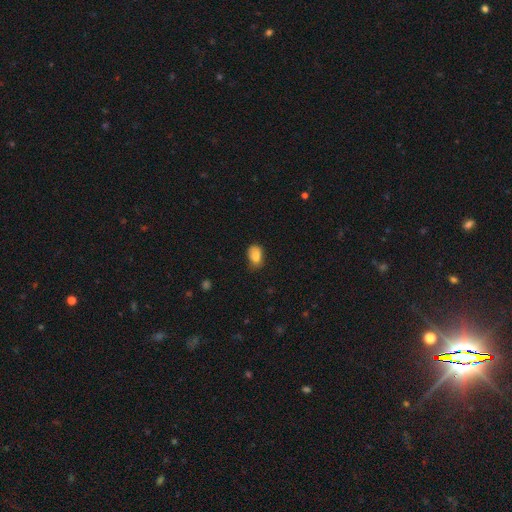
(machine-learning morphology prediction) A smooth galaxy with no disk features (84%) that is in between round and cigar-shaped (81%).

Vote fractions:
- Smooth or featured? smooth: 84% / star or artifact: 9% / featured or disk: 7%
- How rounded? in between: 81% / round: 18% / cigar-shaped: 1%
- Merging? none: 55% / minor disturbance: 34% / major disturbance: 9% / merger: 2%